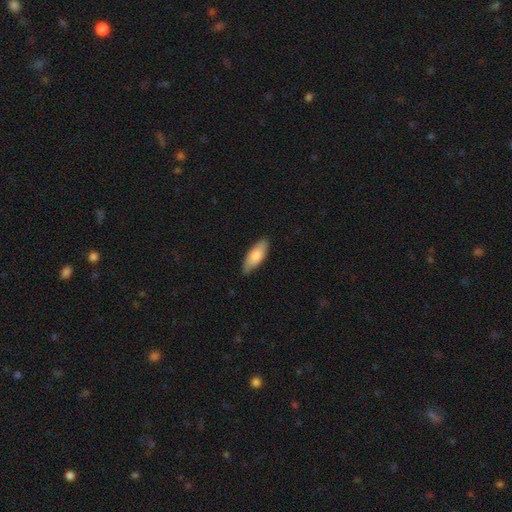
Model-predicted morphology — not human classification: type=smooth (79%); roundness=in between (75%); merging=none (82%).